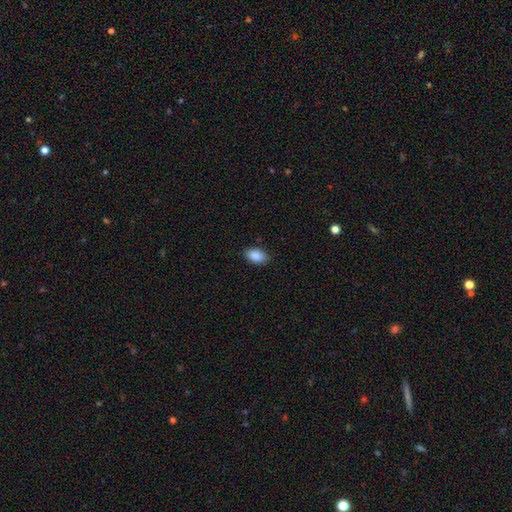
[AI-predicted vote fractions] Smooth or featured?
  - smooth: 90% *
  - star or artifact: 7%
  - featured or disk: 3%
How rounded?
  - in between: 92% *
  - round: 6%
  - cigar-shaped: 2%
Merging?
  - none: 87% *
  - minor disturbance: 10%
  - major disturbance: 2%
  - merger: 1%